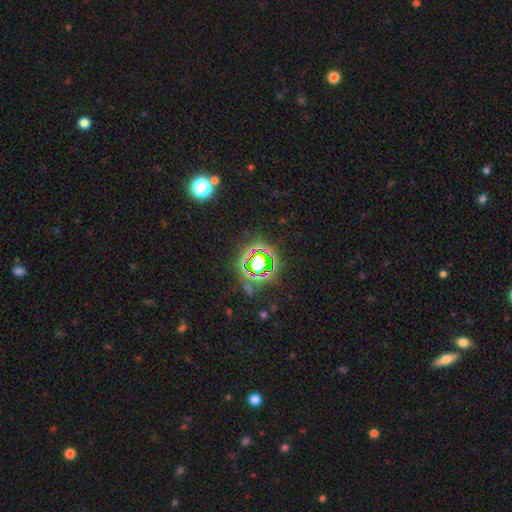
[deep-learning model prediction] The model was most divided on "smooth or featured": star or artifact: 79%, smooth: 14%, featured or disk: 7%.